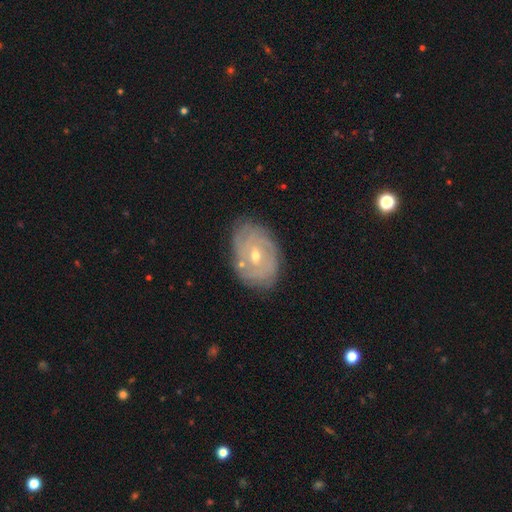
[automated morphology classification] Smooth or featured: featured or disk — 77% (smooth — 16%)
Edge-on disk: no — 96% (yes — 4%)
Bar: no — 54% (weak — 38%)
Spiral arms: yes — 87% (no — 13%)
Spiral winding: tight — 74% (medium — 20%)
Spiral arm count: can't tell — 45% (2 — 20%)
Bulge size: moderate — 49% (small — 48%)
Merging: none — 77% (minor disturbance — 16%)